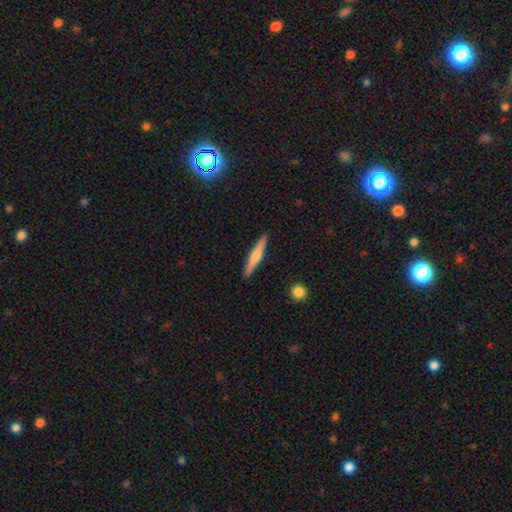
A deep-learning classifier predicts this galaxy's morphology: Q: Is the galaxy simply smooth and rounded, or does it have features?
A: featured or disk — 51%.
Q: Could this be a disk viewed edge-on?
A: yes — 97%.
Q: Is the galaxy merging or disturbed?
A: none — 92%.